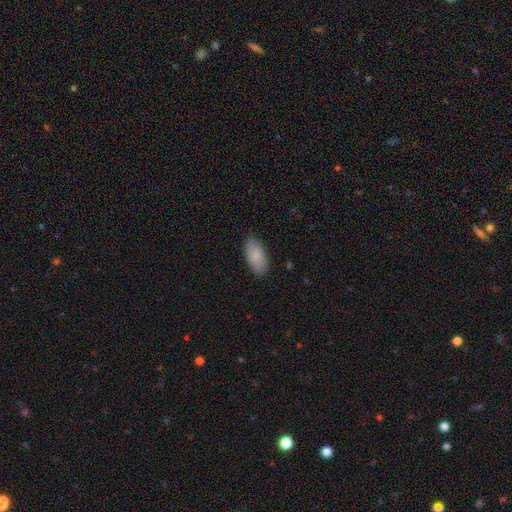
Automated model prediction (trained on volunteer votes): This is clearly a smooth galaxy (87%). How rounded: clearly in between (93%). Merging: clearly none (85%).